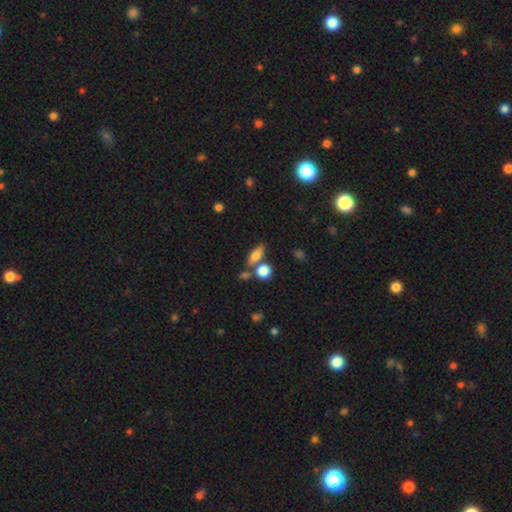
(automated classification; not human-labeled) Smooth or featured? Predicted: smooth (p=0.73). How rounded? Predicted: in between (p=0.66). Merging? Predicted: none (p=0.62).